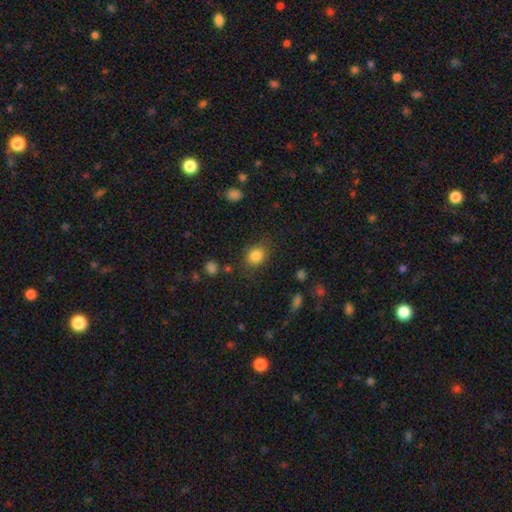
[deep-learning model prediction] Morphology: type=smooth (84%); roundness=round (57%); merging=none (77%).